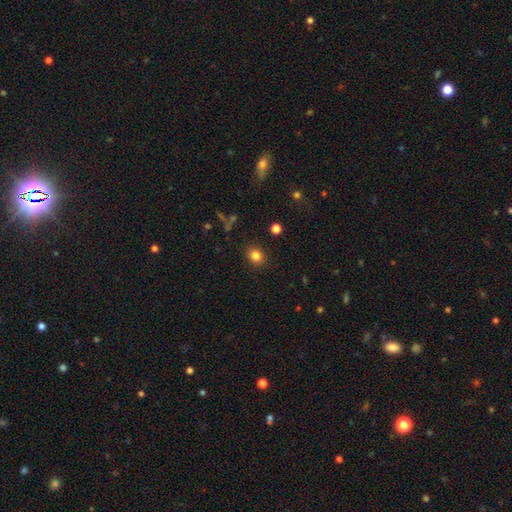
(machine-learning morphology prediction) A smooth galaxy with no disk features (82%) that is round (68%). Merging: none (88%).